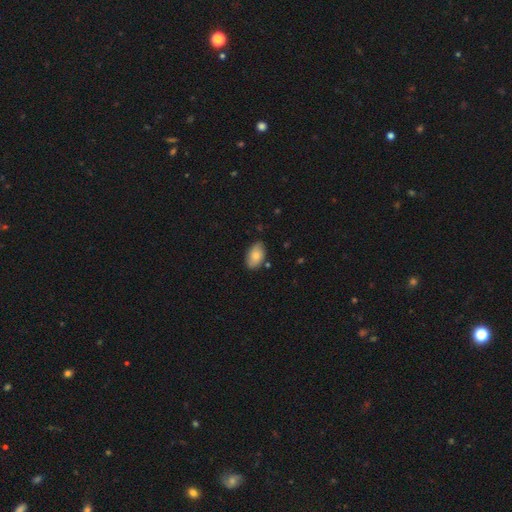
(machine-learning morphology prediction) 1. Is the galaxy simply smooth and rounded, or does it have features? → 79% smooth, 14% featured or disk, 7% star or artifact.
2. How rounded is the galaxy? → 93% in between, 6% round, 1% cigar-shaped.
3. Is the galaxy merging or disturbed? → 81% none, 15% minor disturbance, 2% major disturbance, 2% merger.